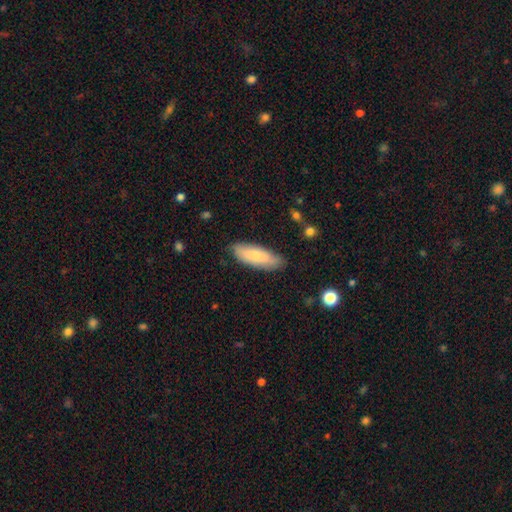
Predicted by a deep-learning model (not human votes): Morphology: type=smooth (75%); roundness=in between (66%); merging=none (81%).